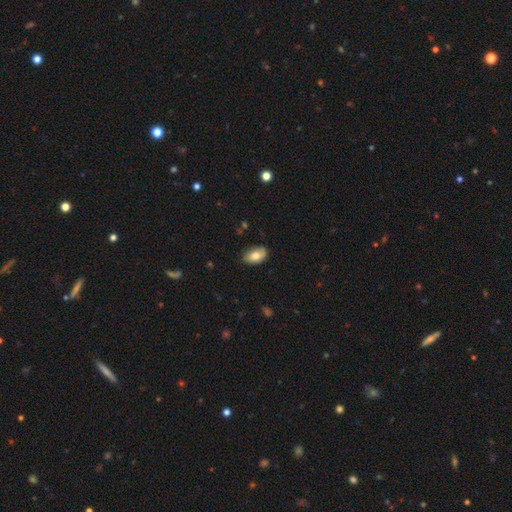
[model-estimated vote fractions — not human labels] Smooth or featured: smooth — 76% (featured or disk — 17%)
How rounded: in between — 91% (round — 8%)
Merging: none — 75% (minor disturbance — 20%)